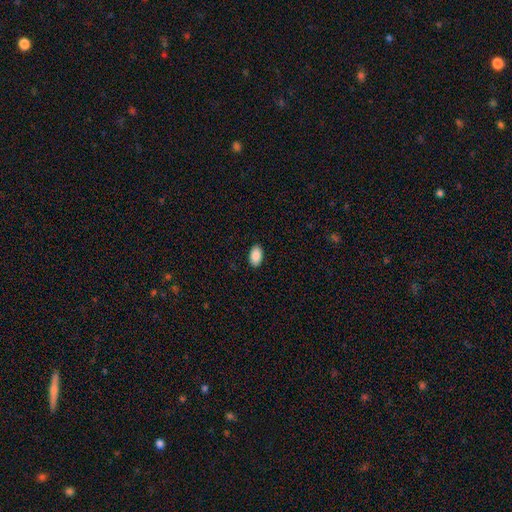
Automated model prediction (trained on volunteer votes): A smooth galaxy with no disk features (89%) that is in between round and cigar-shaped (94%).

Vote fractions:
- Smooth or featured? smooth: 89% / star or artifact: 7% / featured or disk: 4%
- How rounded? in between: 94% / round: 5% / cigar-shaped: 1%
- Merging? none: 90% / minor disturbance: 7% / major disturbance: 2% / merger: 1%